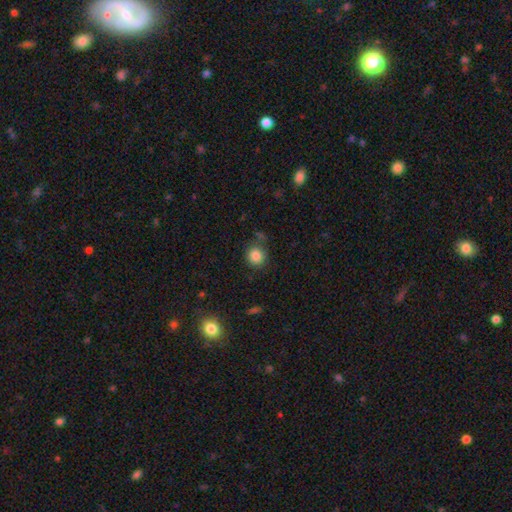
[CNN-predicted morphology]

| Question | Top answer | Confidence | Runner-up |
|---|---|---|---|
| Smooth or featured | smooth | 85% | star or artifact (10%) |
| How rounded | round | 86% | in between (13%) |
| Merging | none | 77% | minor disturbance (14%) |